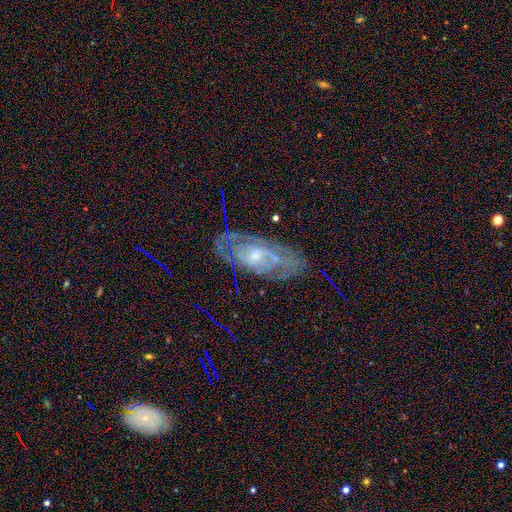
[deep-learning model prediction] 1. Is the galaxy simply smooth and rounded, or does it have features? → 75% featured or disk, 13% star or artifact, 13% smooth.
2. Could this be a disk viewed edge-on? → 87% no, 13% yes.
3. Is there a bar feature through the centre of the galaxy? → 49% no, 41% weak, 10% strong.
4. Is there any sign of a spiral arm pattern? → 88% yes, 12% no.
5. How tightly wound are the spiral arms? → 63% tight, 29% medium, 9% loose.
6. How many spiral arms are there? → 51% can't tell, 23% 2, 9% 3, 6% 4, 5% more than 4, 5% 1.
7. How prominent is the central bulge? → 50% small, 41% moderate, 4% none, 4% large, 1% dominant.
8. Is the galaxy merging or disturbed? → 77% none, 15% minor disturbance, 6% major disturbance, 2% merger.